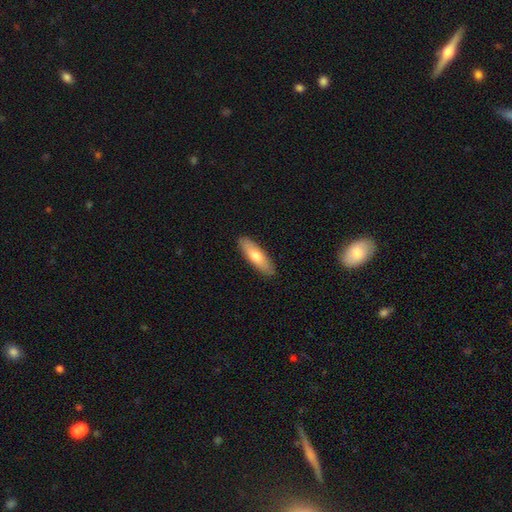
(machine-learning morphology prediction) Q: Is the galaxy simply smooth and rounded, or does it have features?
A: smooth — 71%.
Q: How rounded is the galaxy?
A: cigar-shaped — 54%.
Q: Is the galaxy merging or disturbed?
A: none — 89%.